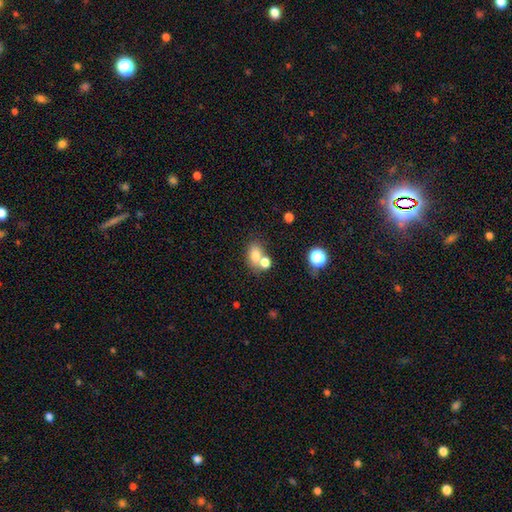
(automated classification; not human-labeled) smooth 76%, star or artifact 12%, featured or disk 12%. Down the decision tree: how rounded — in between (70%); merging — none (48%).